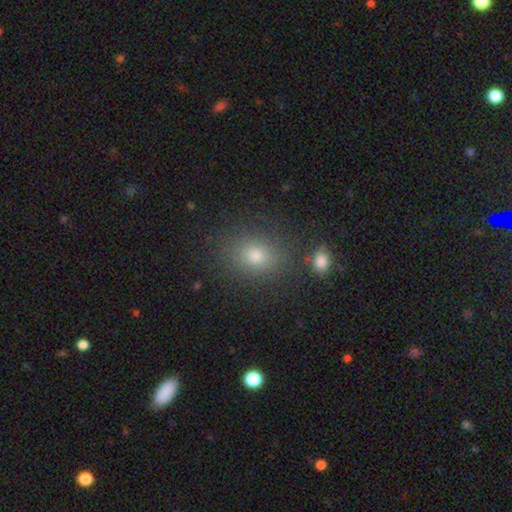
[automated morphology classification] Smooth or featured? Predicted: smooth (p=0.77). How rounded? Predicted: in between (p=0.51). Merging? Predicted: none (p=0.79).